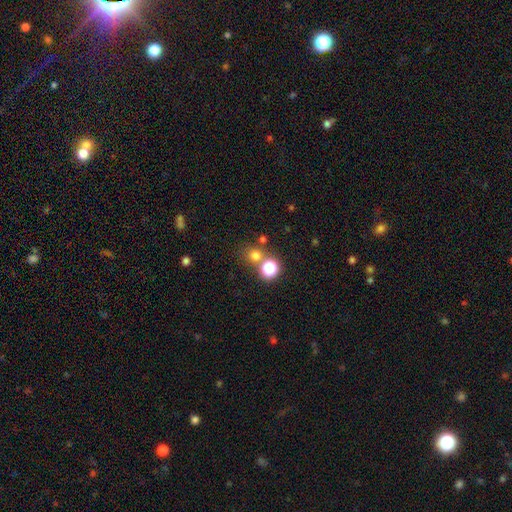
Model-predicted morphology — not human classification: type=smooth (71%); roundness=round (87%); merging=none (65%).